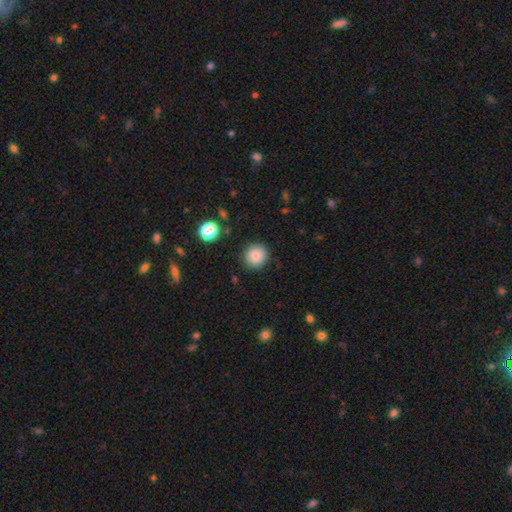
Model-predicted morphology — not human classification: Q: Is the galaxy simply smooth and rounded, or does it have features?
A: smooth — 85%.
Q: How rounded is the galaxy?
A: round — 91%.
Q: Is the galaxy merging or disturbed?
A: none — 88%.